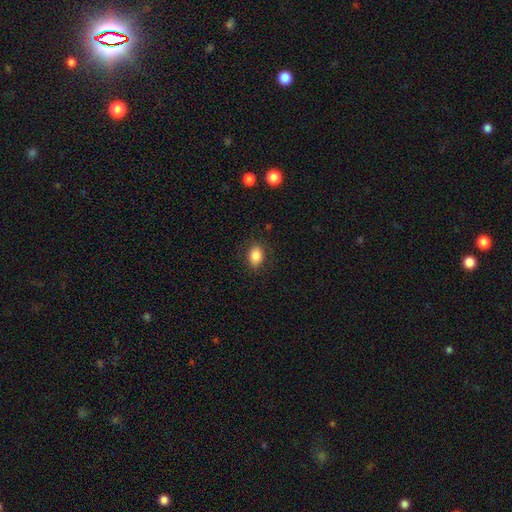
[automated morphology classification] Smooth or featured? Predicted: smooth (p=0.84). How rounded? Predicted: in between (p=0.71). Merging? Predicted: none (p=0.83).